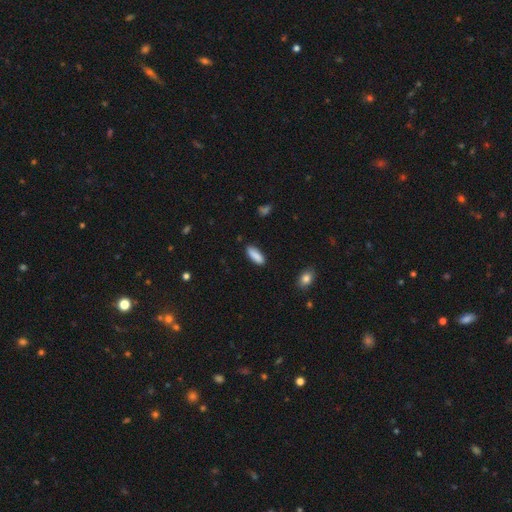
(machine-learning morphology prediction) Smooth or featured? smooth (88%)
How rounded? in between (57%)
Merging? none (86%)